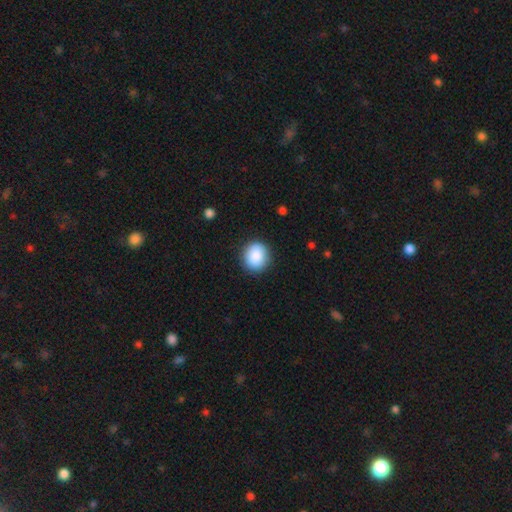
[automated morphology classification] smooth-or-featured: smooth: 87% | star or artifact: 7% | featured or disk: 6%
  how-rounded: round: 83% | in between: 16% | cigar-shaped: 1%
  merging: none: 89% | minor disturbance: 8% | major disturbance: 2% | merger: 1%